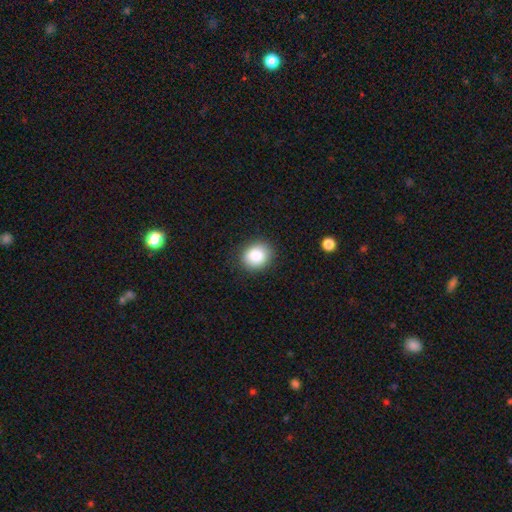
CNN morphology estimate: Smooth or featured? smooth (87%)
How rounded? round (71%)
Merging? none (87%)